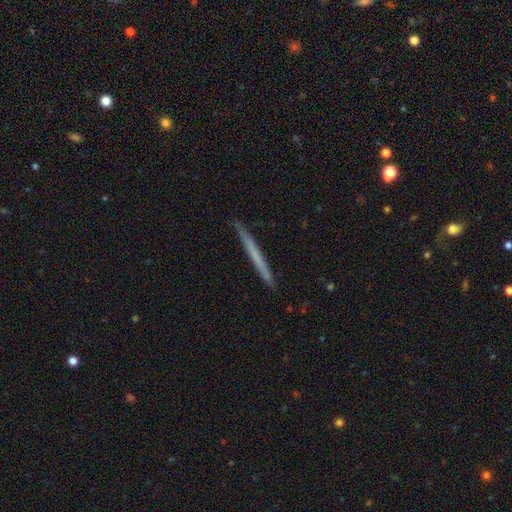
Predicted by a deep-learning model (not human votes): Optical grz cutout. It shows a smooth galaxy with no disk features (52%) that is cigar-shaped (97%). Merging: none (90%).